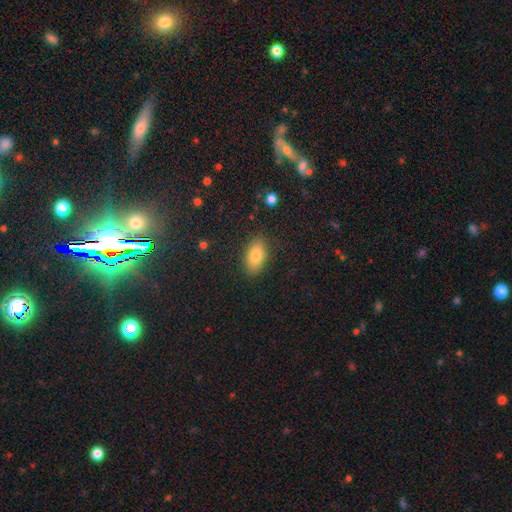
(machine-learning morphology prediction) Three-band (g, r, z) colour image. It shows a smooth galaxy with no disk features (82%) that is in between round and cigar-shaped (92%). Merging: none (87%).